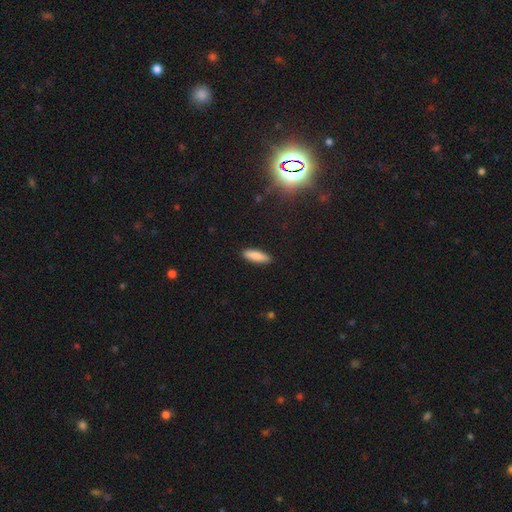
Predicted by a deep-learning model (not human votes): A smooth galaxy with no disk features (84%) that is cigar-shaped (53%). Merging: none (90%).